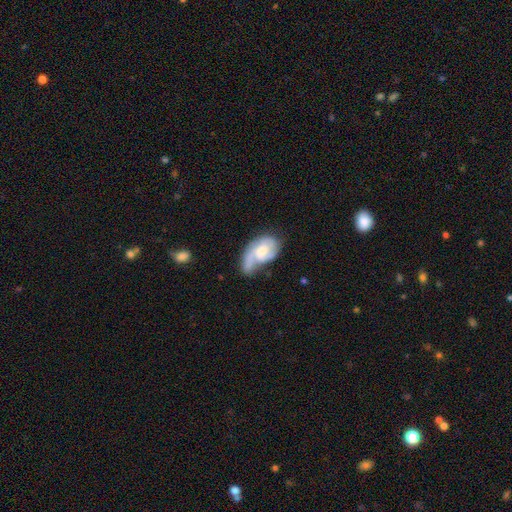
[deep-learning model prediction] Smooth or featured? Predicted: featured or disk (p=0.69). Edge-on disk? Predicted: no (p=0.97). Bar? Predicted: no (p=0.56). Spiral arms? Predicted: yes (p=0.89). Spiral winding? Predicted: medium (p=0.45). Spiral arm count? Predicted: 2 (p=0.43). Bulge size? Predicted: moderate (p=0.46). Merging? Predicted: none (p=0.35).